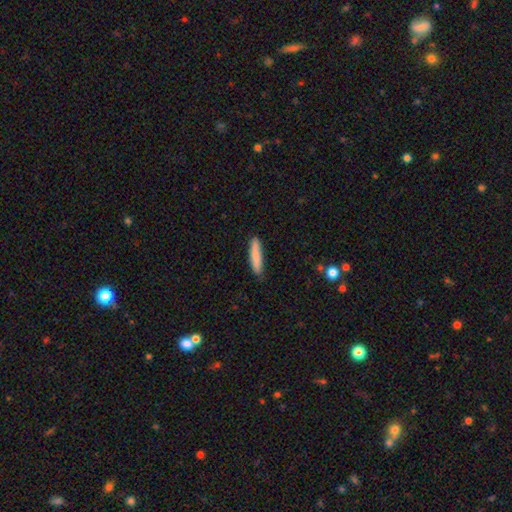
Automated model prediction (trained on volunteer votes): Smooth or featured?
  - smooth: 80% *
  - featured or disk: 15%
  - star or artifact: 6%
How rounded?
  - cigar-shaped: 86% *
  - in between: 12%
  - round: 1%
Merging?
  - none: 87% *
  - minor disturbance: 10%
  - major disturbance: 2%
  - merger: 1%